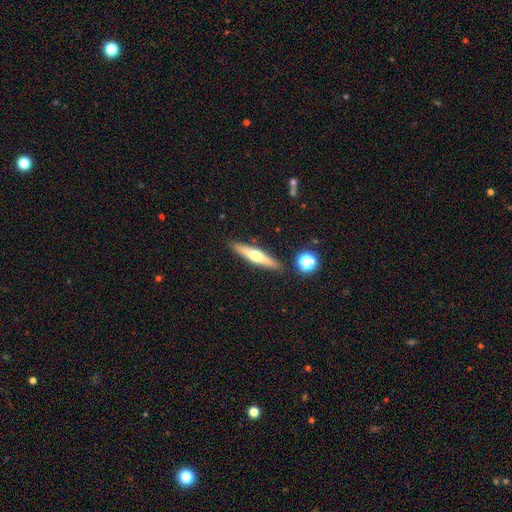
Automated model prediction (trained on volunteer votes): Smooth or featured? Predicted: featured or disk (p=0.52). Edge-on disk? Predicted: yes (p=0.95). Merging? Predicted: none (p=0.88).